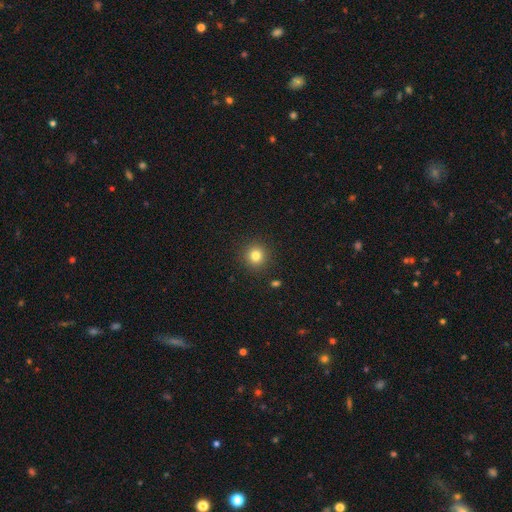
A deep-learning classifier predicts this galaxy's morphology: smooth-or-featured: smooth: 81% | star or artifact: 12% | featured or disk: 6%
  how-rounded: round: 94% | in between: 5% | cigar-shaped: 1%
  merging: none: 91% | minor disturbance: 5% | major disturbance: 2% | merger: 2%